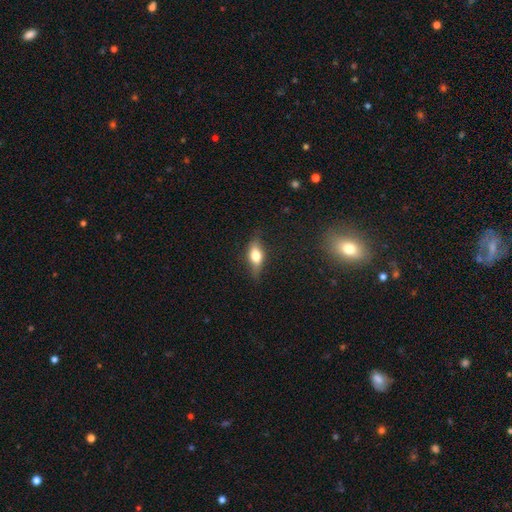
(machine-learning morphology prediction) type=smooth (60%); roundness=in between (71%); merging=none (71%).